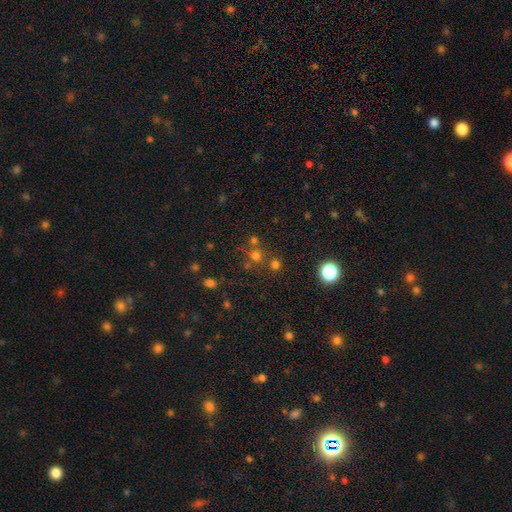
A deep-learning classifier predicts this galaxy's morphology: Smooth or featured?
  - smooth: 61% *
  - star or artifact: 30%
  - featured or disk: 9%
How rounded?
  - round: 91% *
  - in between: 8%
  - cigar-shaped: 1%
Merging?
  - none: 69% *
  - merger: 20%
  - minor disturbance: 8%
  - major disturbance: 4%